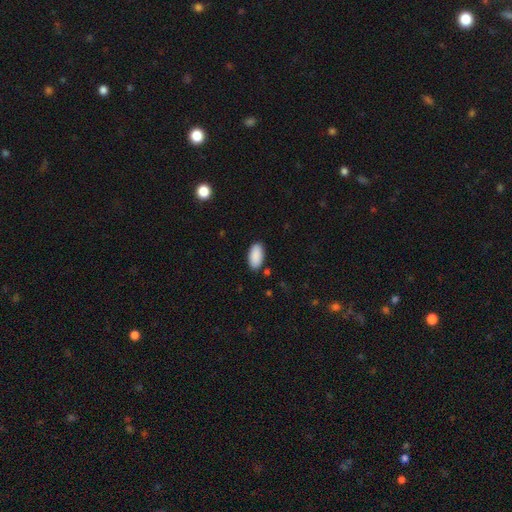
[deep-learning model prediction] This is clearly a smooth galaxy (90%). How rounded: clearly in between (94%). Merging: clearly none (87%).